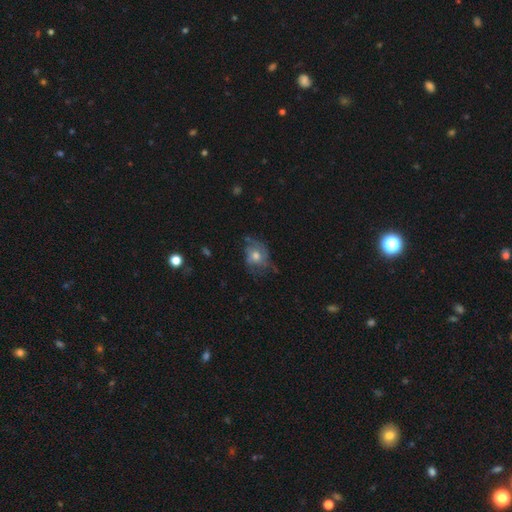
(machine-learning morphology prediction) This appears to be a featured or disk galaxy (47%). Merging: none (53%).